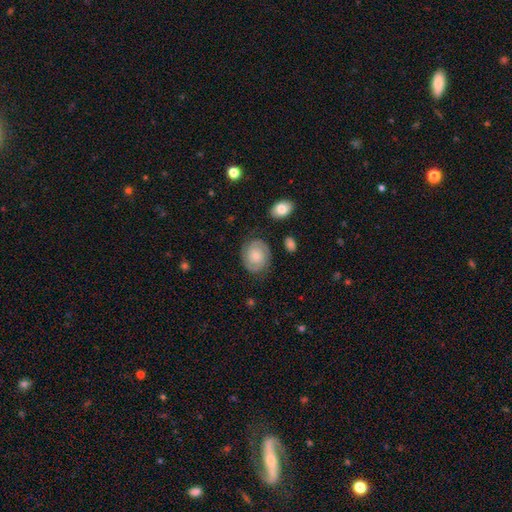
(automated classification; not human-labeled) This appears to be a featured or disk galaxy (61%) with no bar (75%), 2 (78%) tight (65%) spiral arms (91%) and a small central bulge (59%). Merging: none (80%).